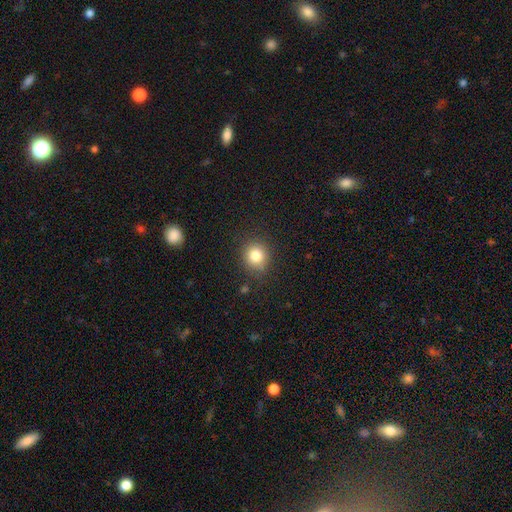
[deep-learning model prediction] Overall: smooth (81%). How rounded: round (85%). Merging: none (86%).